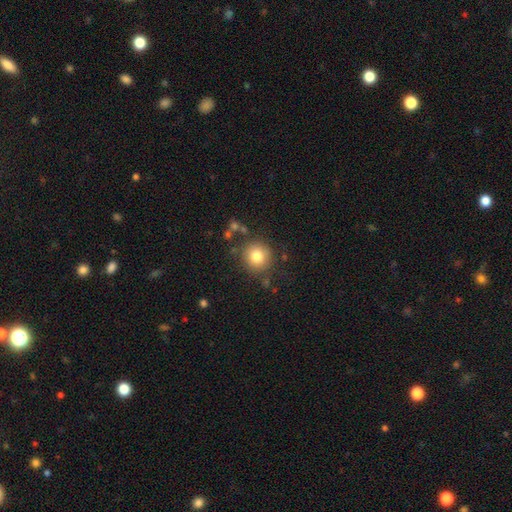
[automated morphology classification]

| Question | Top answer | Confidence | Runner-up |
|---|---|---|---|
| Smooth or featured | smooth | 79% | star or artifact (11%) |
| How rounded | round | 92% | in between (7%) |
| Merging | none | 83% | minor disturbance (10%) |